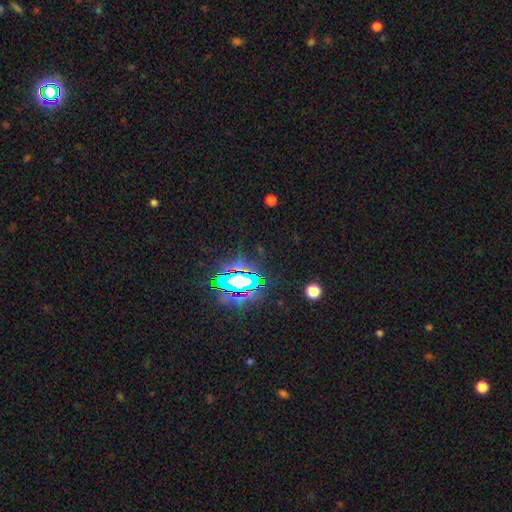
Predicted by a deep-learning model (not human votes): A star or artifact, not a galaxy (81%).

Vote fractions:
- Smooth or featured? star or artifact: 81% / smooth: 11% / featured or disk: 8%